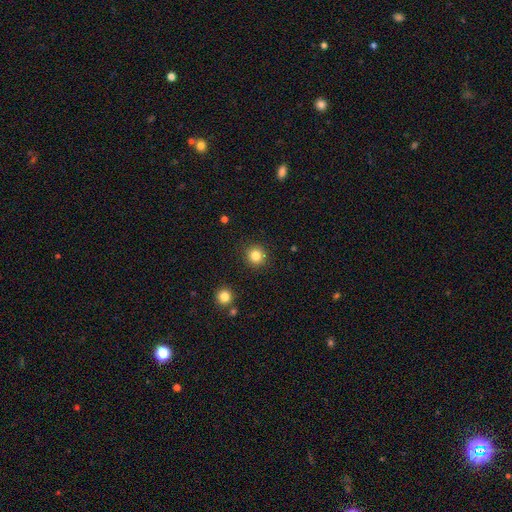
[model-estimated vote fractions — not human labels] A smooth galaxy with no disk features (84%) that is round (93%). Merging: none (91%).